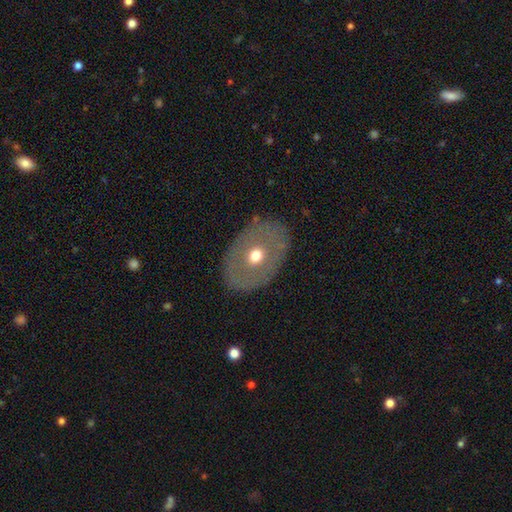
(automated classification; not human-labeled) smooth_or_featured: smooth (p=0.50) [alt: featured or disk p=0.43]
how_rounded: in between (p=0.75) [alt: round p=0.24]
merging: none (p=0.82) [alt: minor disturbance p=0.11]